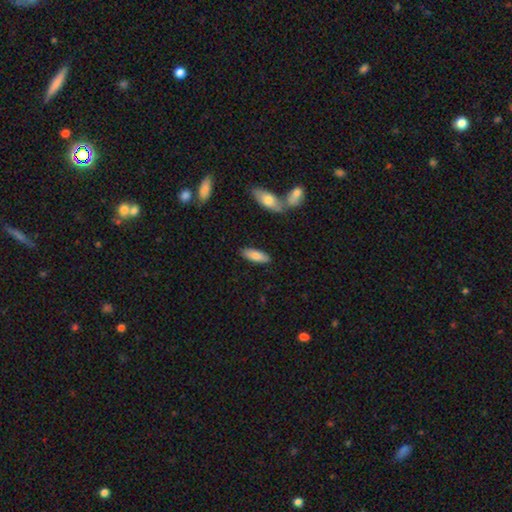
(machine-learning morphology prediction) Smooth or featured?
  - smooth: 81% *
  - featured or disk: 13%
  - star or artifact: 6%
How rounded?
  - in between: 69% *
  - cigar-shaped: 29%
  - round: 2%
Merging?
  - none: 83% *
  - minor disturbance: 10%
  - merger: 4%
  - major disturbance: 2%